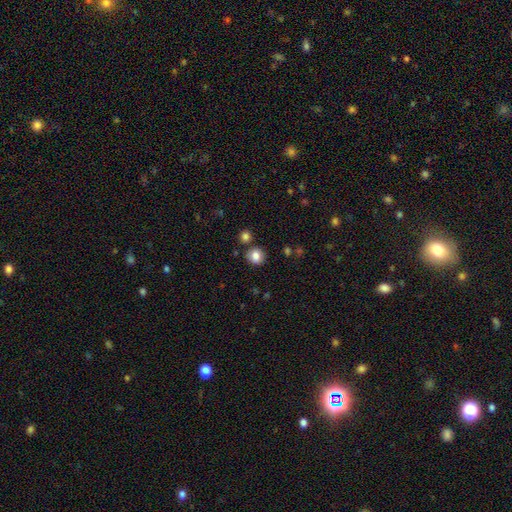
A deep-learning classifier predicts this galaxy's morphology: Smooth or featured? Predicted: smooth (p=0.81). How rounded? Predicted: round (p=0.81). Merging? Predicted: none (p=0.81).